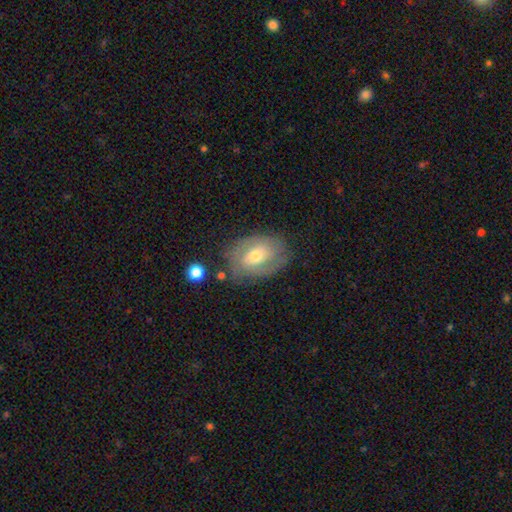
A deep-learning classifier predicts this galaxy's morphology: A featured or disk galaxy (62%) with no bar (47%), spiral arms (77%) and a moderate central bulge (67%). Merging: none (69%).